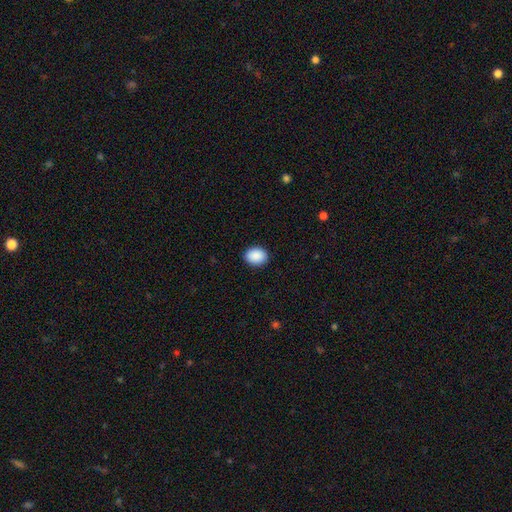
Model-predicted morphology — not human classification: Q: Smooth or featured?
A: smooth (90%); runner-up: star or artifact (7%)
Q: How rounded?
A: in between (61%); runner-up: round (38%)
Q: Merging?
A: none (90%); runner-up: minor disturbance (7%)